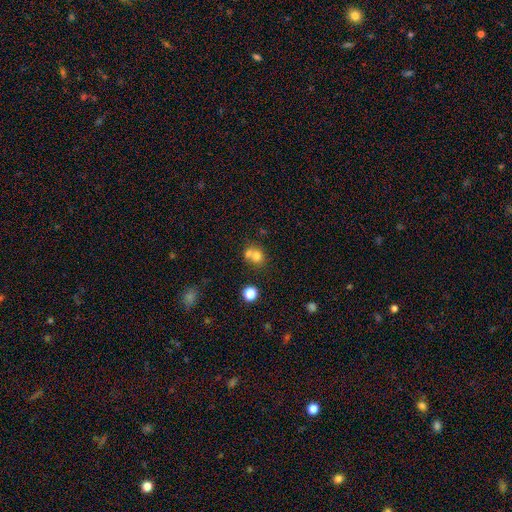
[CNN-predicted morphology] Smooth or featured? Predicted: smooth (p=0.73). How rounded? Predicted: round (p=0.77). Merging? Predicted: merger (p=0.50).